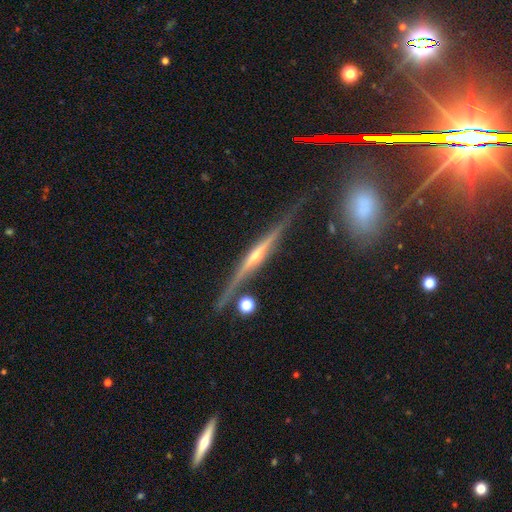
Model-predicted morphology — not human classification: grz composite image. It shows a featured or disk galaxy (83%) viewed edge-on (97%) with a rounded central bulge (78%). Merging: none (82%).